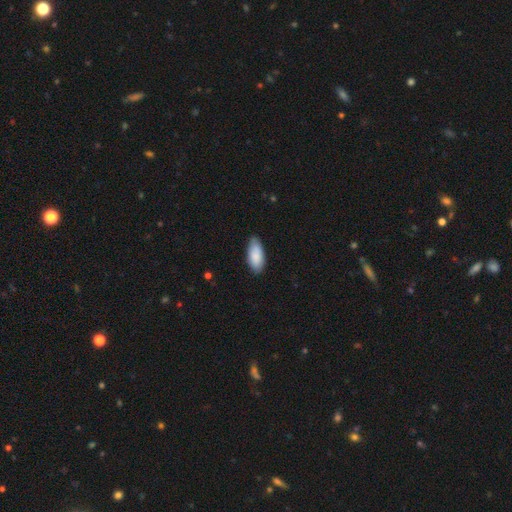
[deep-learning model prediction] Q: Smooth or featured?
A: smooth (87%); runner-up: featured or disk (7%)
Q: How rounded?
A: in between (87%); runner-up: cigar-shaped (11%)
Q: Merging?
A: none (79%); runner-up: minor disturbance (17%)